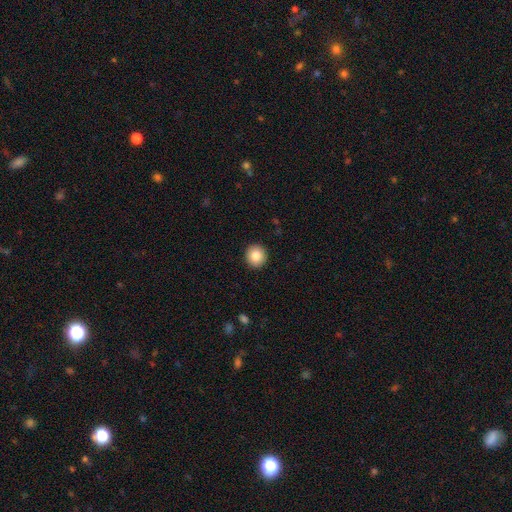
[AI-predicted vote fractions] A smooth galaxy with no disk features (84%) that is round (94%). Merging: none (93%).